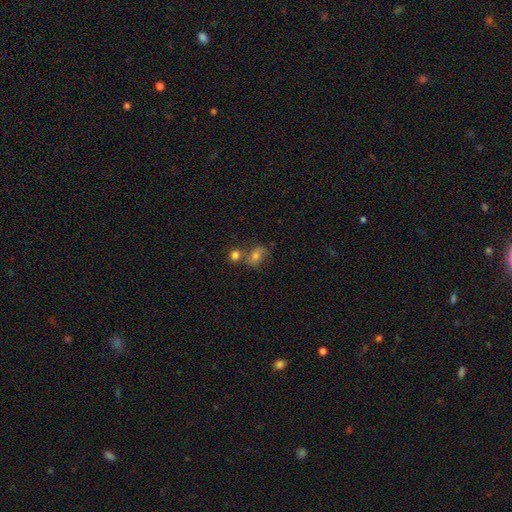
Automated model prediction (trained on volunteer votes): This is possibly a smooth galaxy (59%). How rounded: possibly in between (52%). Merging: possibly none (46%).